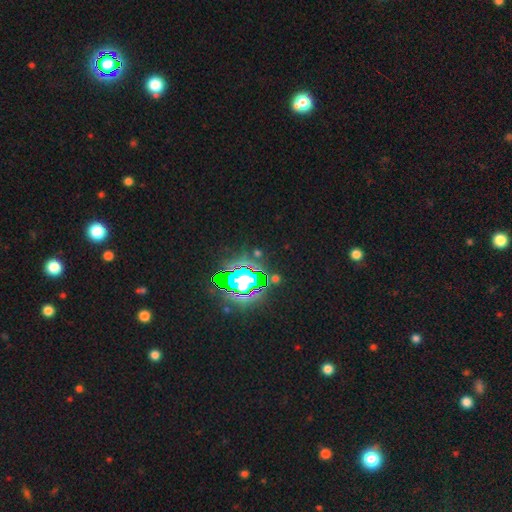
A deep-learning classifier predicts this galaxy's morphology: type=star or artifact (74%).